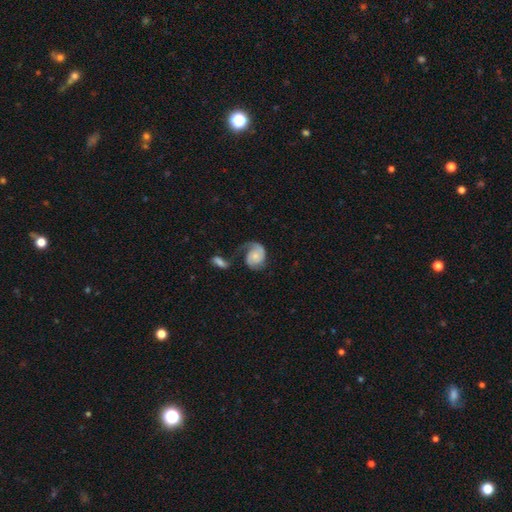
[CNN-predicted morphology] smooth-or-featured: featured or disk: 76% | smooth: 18% | star or artifact: 6%
  disk-edge-on: no: 98% | yes: 2%
    bar: no: 74% | weak: 22% | strong: 4%
    has-spiral-arms: yes: 94% | no: 6%
      spiral-winding: medium: 41% | tight: 33% | loose: 26%
      spiral-arm-count: 2: 63% | 1: 27% | can't tell: 5% | 3: 2% | 4: 1% | more than 4: 1%
    bulge-size: small: 53% | moderate: 30% | none: 10% | large: 4% | dominant: 2%
  merging: none: 44% | major disturbance: 24% | minor disturbance: 21% | merger: 10%